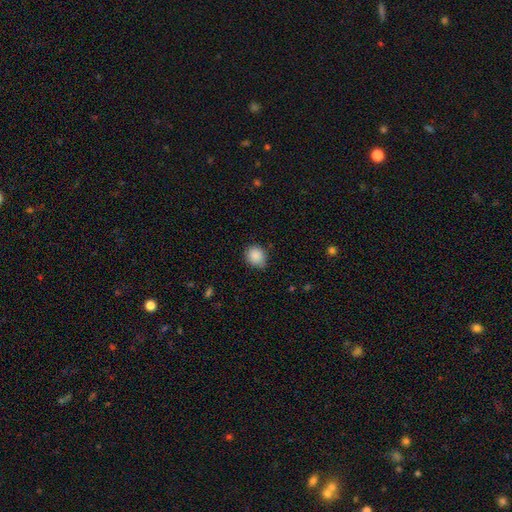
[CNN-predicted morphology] Smooth or featured?
  - smooth: 87% *
  - star or artifact: 8%
  - featured or disk: 4%
How rounded?
  - round: 74% *
  - in between: 25%
  - cigar-shaped: 1%
Merging?
  - none: 74% *
  - minor disturbance: 21%
  - major disturbance: 3%
  - merger: 1%